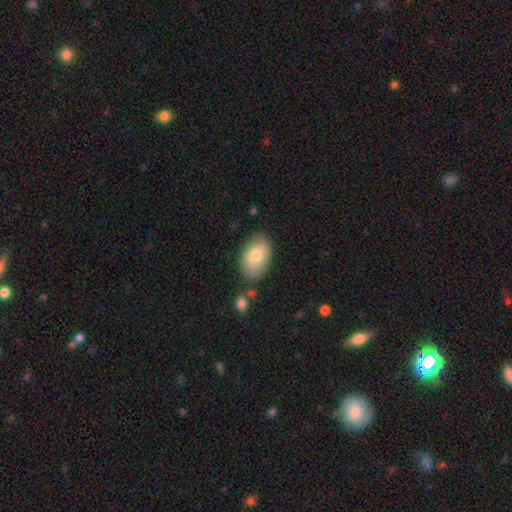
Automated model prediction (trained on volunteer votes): This is likely a smooth galaxy (79%). How rounded: clearly in between (92%). Merging: likely none (79%).